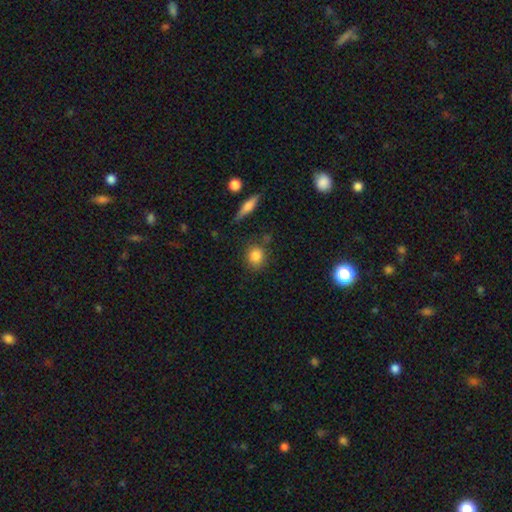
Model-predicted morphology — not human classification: Smooth or featured?
  - smooth: 83% *
  - star or artifact: 9%
  - featured or disk: 8%
How rounded?
  - round: 75% *
  - in between: 22%
  - cigar-shaped: 2%
Merging?
  - none: 77% *
  - minor disturbance: 14%
  - merger: 6%
  - major disturbance: 4%